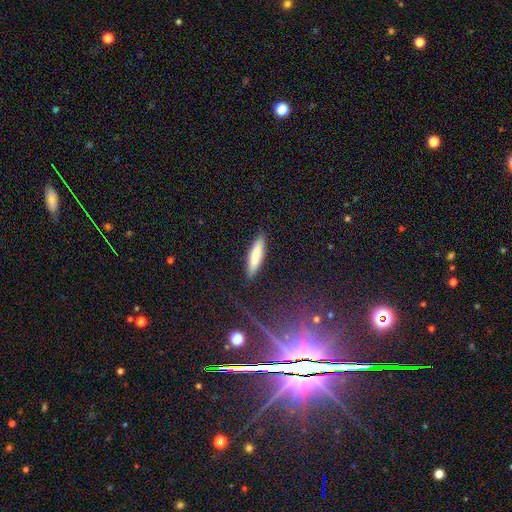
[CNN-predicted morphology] Q: Smooth or featured?
A: smooth (81%); runner-up: featured or disk (13%)
Q: How rounded?
A: cigar-shaped (76%); runner-up: in between (23%)
Q: Merging?
A: none (89%); runner-up: minor disturbance (8%)